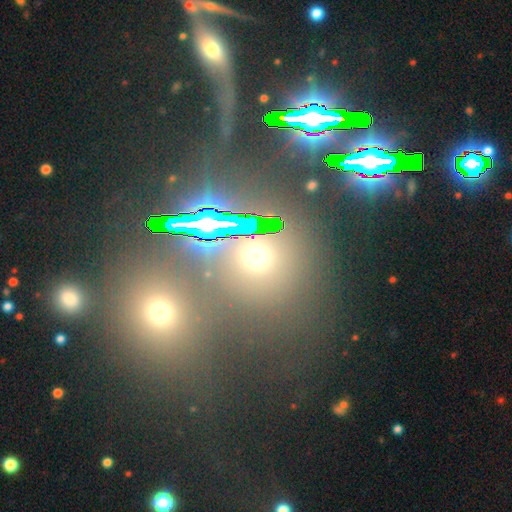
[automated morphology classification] A star or artifact, not a galaxy (46%).